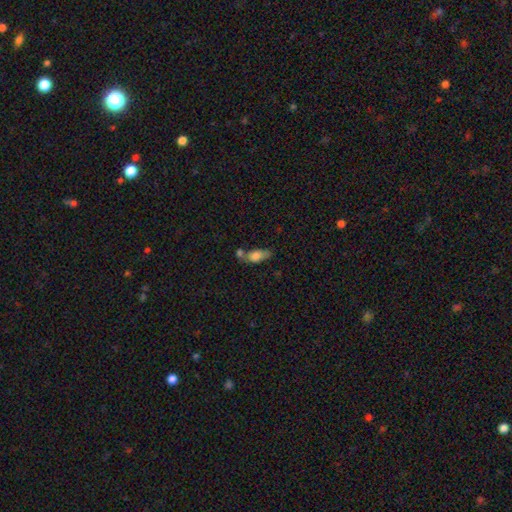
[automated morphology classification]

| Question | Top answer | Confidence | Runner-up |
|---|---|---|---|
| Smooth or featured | smooth | 75% | featured or disk (17%) |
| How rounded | in between | 77% | cigar-shaped (16%) |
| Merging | merger | 38% | none (35%) |